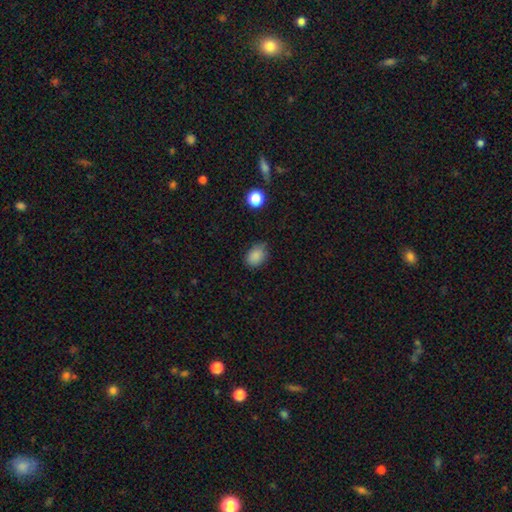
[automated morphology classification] smooth_or_featured: smooth (p=0.86) [alt: star or artifact p=0.10]
how_rounded: in between (p=0.67) [alt: round p=0.32]
merging: none (p=0.71) [alt: minor disturbance p=0.23]